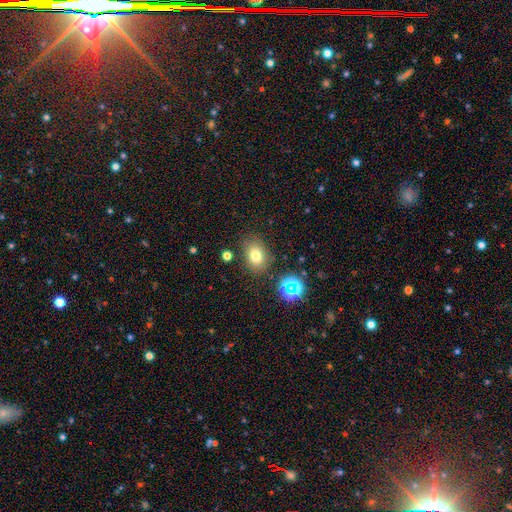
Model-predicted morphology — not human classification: A smooth galaxy with no disk features (74%) that is in between round and cigar-shaped (64%).

Vote fractions:
- Smooth or featured? smooth: 74% / star or artifact: 16% / featured or disk: 11%
- How rounded? in between: 64% / round: 35% / cigar-shaped: 1%
- Merging? none: 79% / minor disturbance: 13% / merger: 4% / major disturbance: 4%